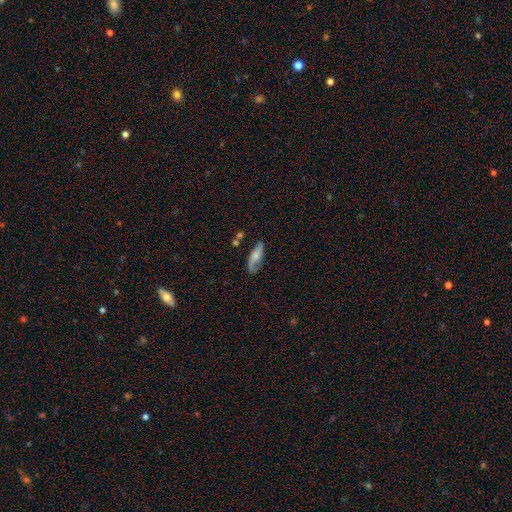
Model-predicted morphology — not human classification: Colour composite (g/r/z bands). It shows a featured or disk galaxy (56%). Merging: none (62%).